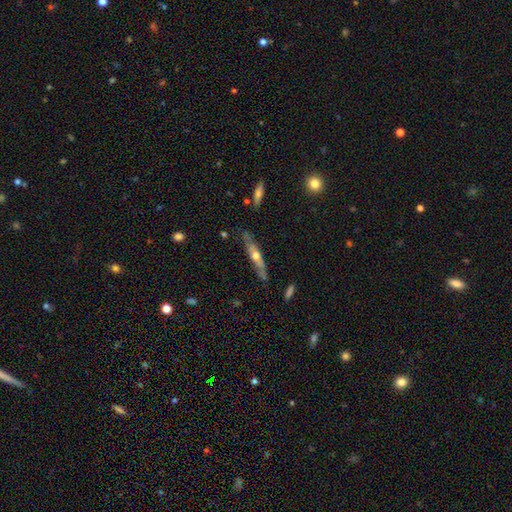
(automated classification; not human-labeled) Smooth or featured: featured or disk — 64% (smooth — 29%)
Edge-on disk: yes — 76% (no — 24%)
Merging: none — 75% (minor disturbance — 19%)